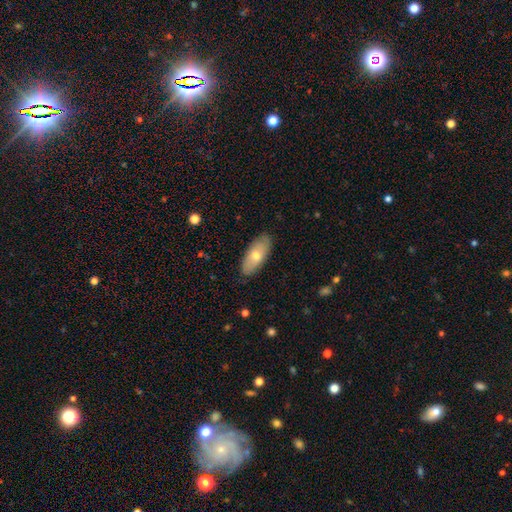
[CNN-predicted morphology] Smooth or featured? Predicted: smooth (p=0.64). How rounded? Predicted: in between (p=0.85). Merging? Predicted: none (p=0.87).